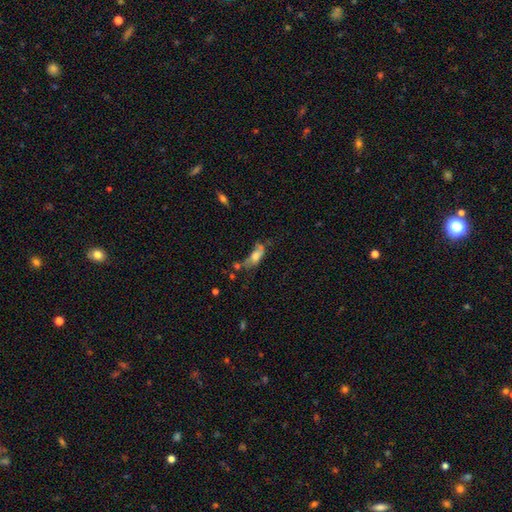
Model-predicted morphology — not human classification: The model was most divided on "merging": major disturbance: 28%, none: 26%, merger: 25%, minor disturbance: 21%. More confident: how rounded — in between (73%); smooth or featured — smooth (56%).